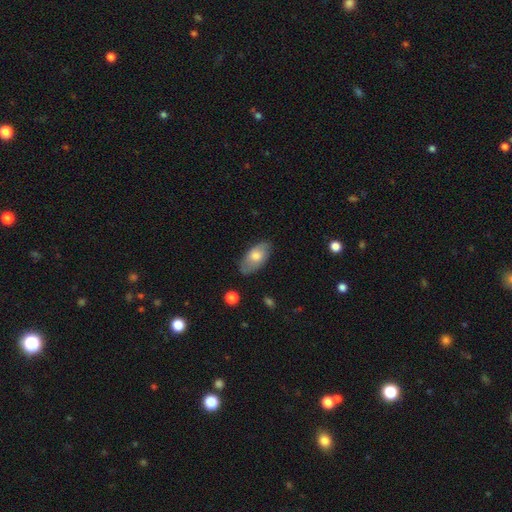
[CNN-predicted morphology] smooth-or-featured: smooth: 68% | featured or disk: 26% | star or artifact: 6%
  how-rounded: in between: 93% | cigar-shaped: 4% | round: 3%
  merging: none: 76% | minor disturbance: 19% | major disturbance: 3% | merger: 1%